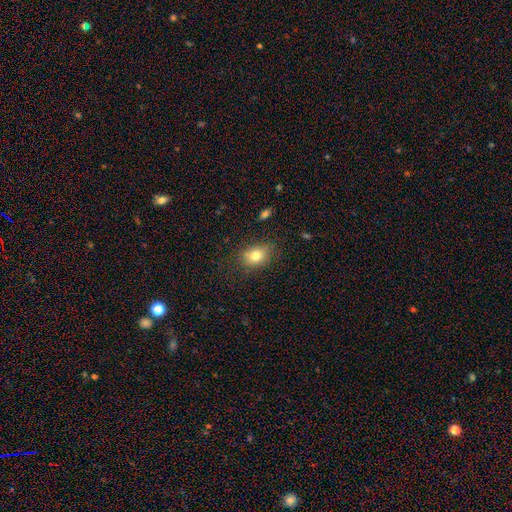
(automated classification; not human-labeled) This appears to be a smooth galaxy with no disk features (79%) that is in between round and cigar-shaped (64%). Merging: none (79%).